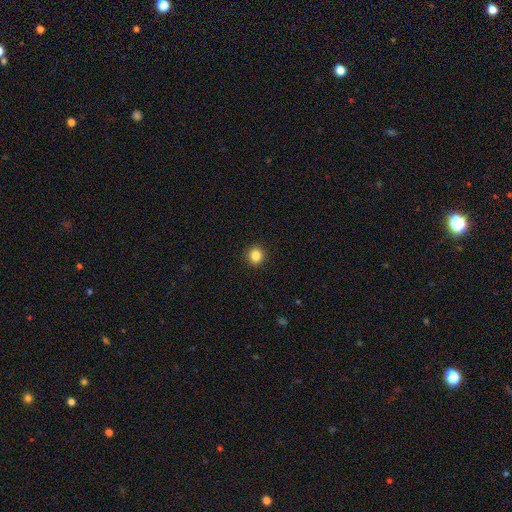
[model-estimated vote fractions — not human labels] This appears to be a smooth galaxy with no disk features (85%) that is round (91%). Merging: none (92%).